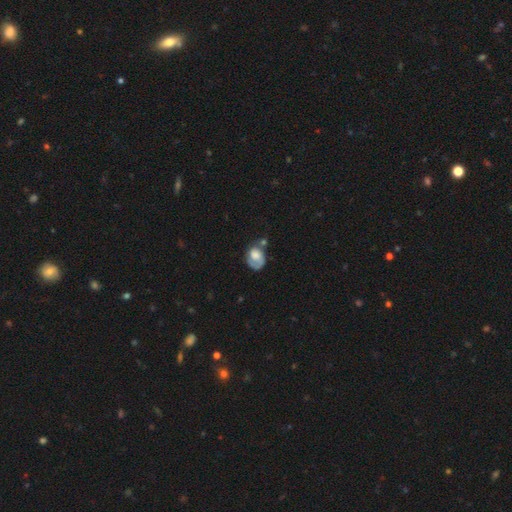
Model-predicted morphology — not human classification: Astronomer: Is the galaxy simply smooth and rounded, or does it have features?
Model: smooth — 54% (runner-up: featured or disk, 38%).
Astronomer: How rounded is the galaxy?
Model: in between — 60% (runner-up: round, 39%).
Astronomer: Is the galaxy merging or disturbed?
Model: none — 35% (runner-up: minor disturbance, 26%).